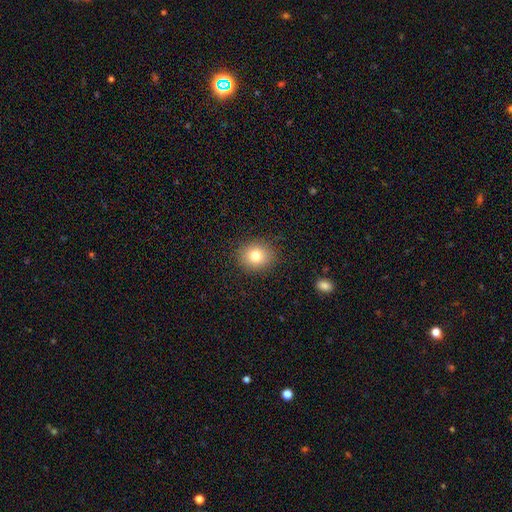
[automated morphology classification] The model was most divided on "how rounded": round: 70%, in between: 29%, cigar-shaped: 1%. More confident: merging — none (89%); smooth or featured — smooth (79%).